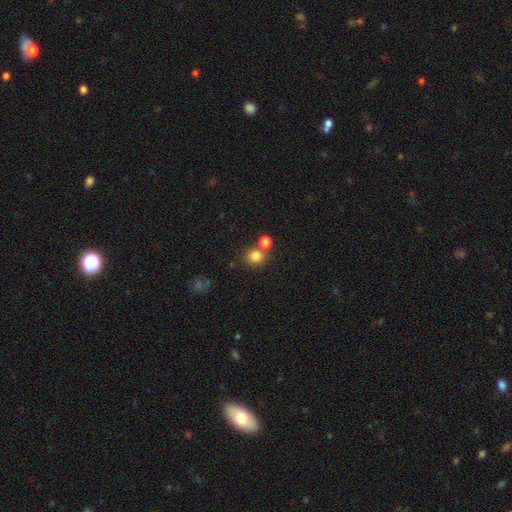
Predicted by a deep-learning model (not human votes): This appears to be a smooth galaxy with no disk features (81%) that is round (85%). Merging: none (65%).